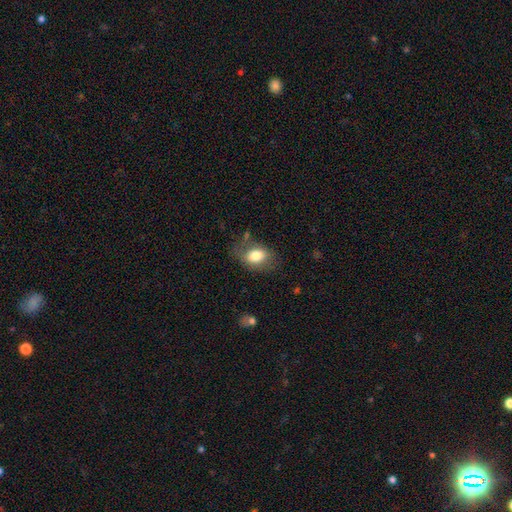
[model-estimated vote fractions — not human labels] Overall: smooth (75%). How rounded: in between (78%). Merging: none (61%; minor disturbance 24%).